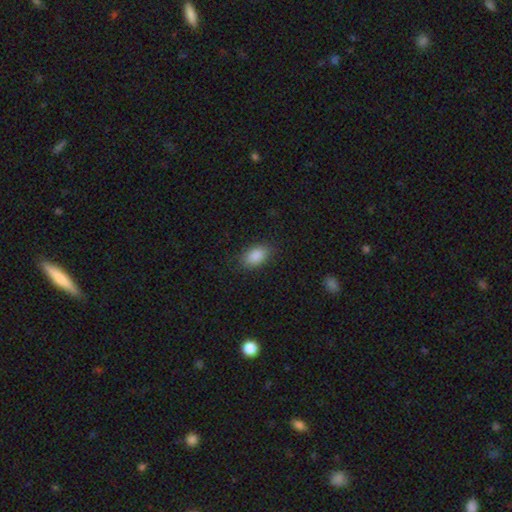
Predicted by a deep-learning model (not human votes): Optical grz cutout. It shows a smooth galaxy with no disk features (87%) that is in between round and cigar-shaped (90%). Merging: none (85%).